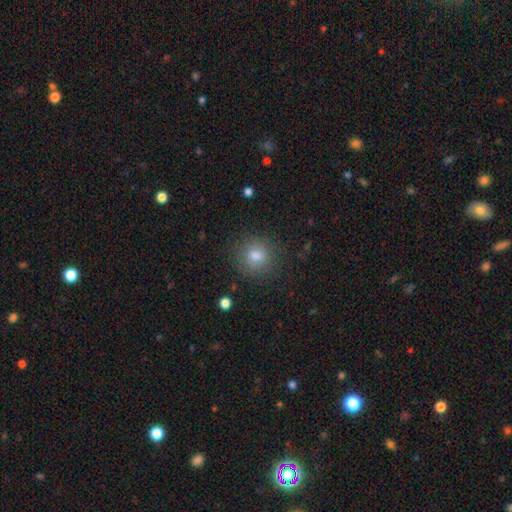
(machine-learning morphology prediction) smooth_or_featured: smooth (p=0.80) [alt: star or artifact p=0.13]
how_rounded: round (p=0.87) [alt: in between p=0.12]
merging: none (p=0.87) [alt: minor disturbance p=0.09]